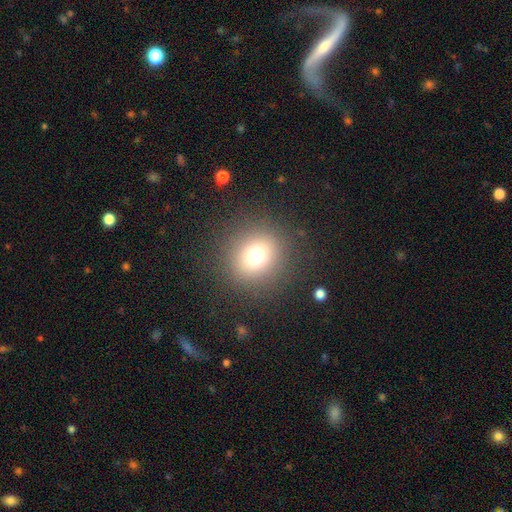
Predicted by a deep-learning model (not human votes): smooth_or_featured: smooth (p=0.71) [alt: star or artifact p=0.19]
how_rounded: round (p=0.89) [alt: in between p=0.10]
merging: none (p=0.88) [alt: minor disturbance p=0.06]